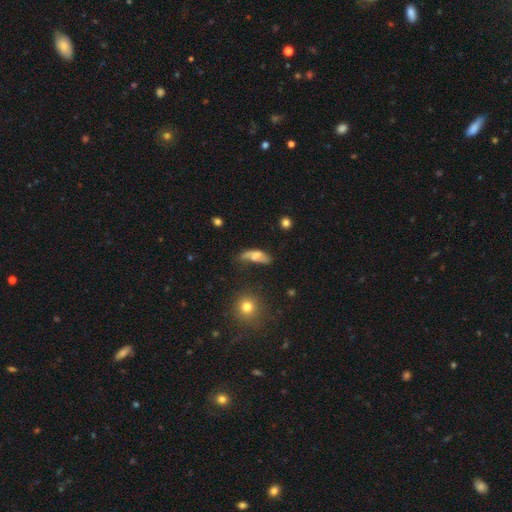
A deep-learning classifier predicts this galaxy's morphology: smooth_or_featured: smooth (p=0.52) [alt: featured or disk p=0.39]
how_rounded: in between (p=0.69) [alt: cigar-shaped p=0.26]
merging: none (p=0.34) [alt: minor disturbance p=0.30]